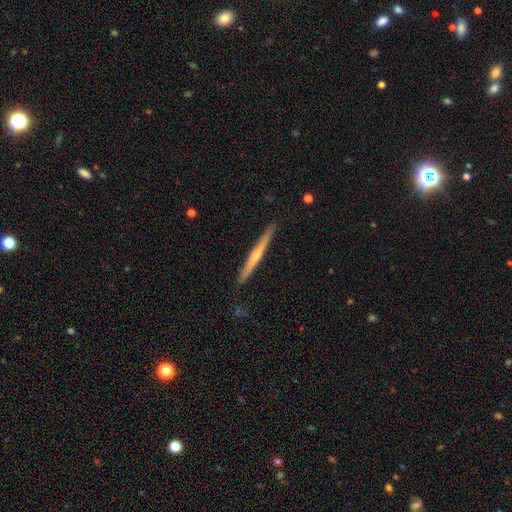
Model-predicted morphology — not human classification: A featured or disk galaxy (68%) viewed edge-on (98%) with a rounded central bulge (67%). Merging: none (90%).